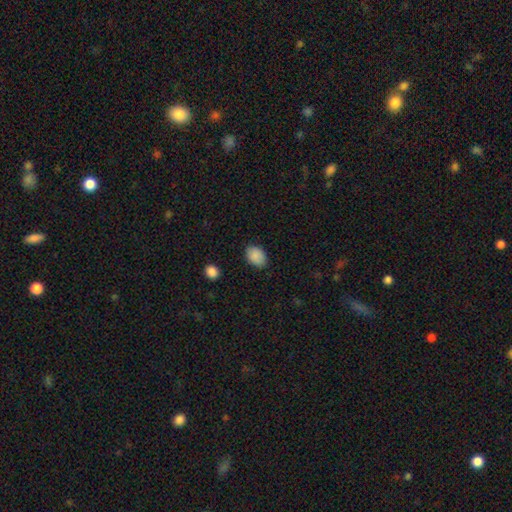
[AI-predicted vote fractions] Smooth or featured? smooth (89%)
How rounded? in between (77%)
Merging? none (84%)